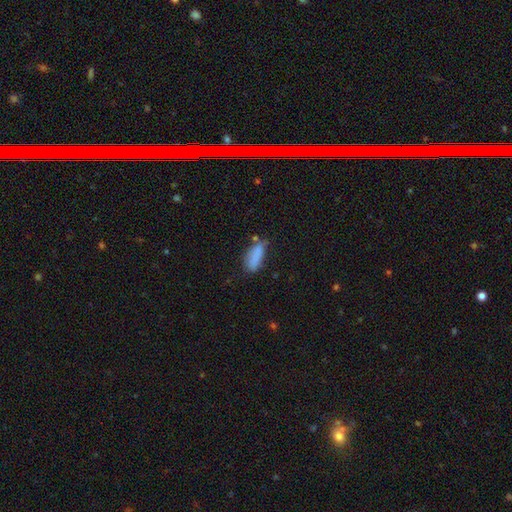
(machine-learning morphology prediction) smooth-or-featured: smooth: 83% | featured or disk: 9% | star or artifact: 9%
  how-rounded: in between: 66% | cigar-shaped: 32% | round: 2%
  merging: none: 49% | minor disturbance: 32% | major disturbance: 12% | merger: 7%